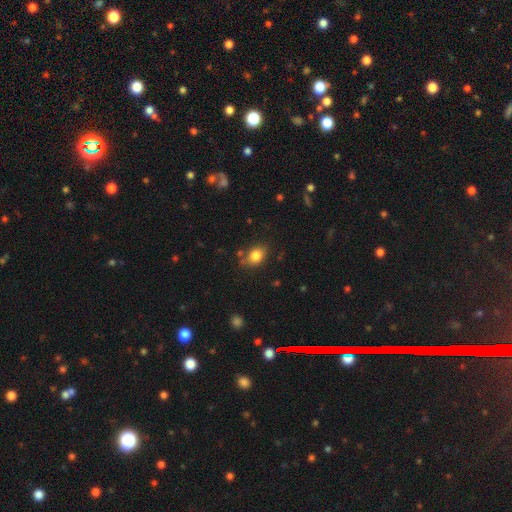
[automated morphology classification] This is clearly a smooth galaxy (83%). How rounded: likely in between (64%). Merging: likely none (75%).